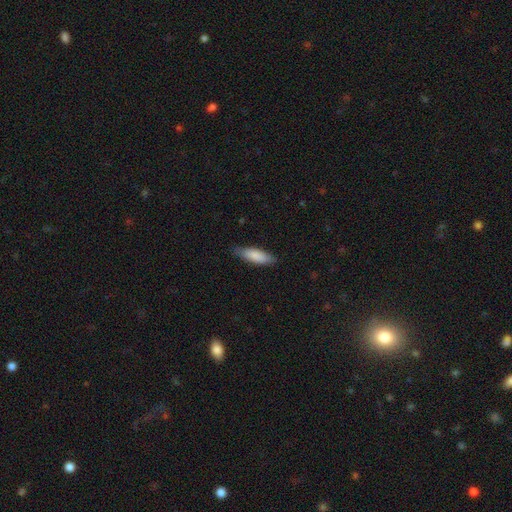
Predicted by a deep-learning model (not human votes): Smooth or featured: smooth — 85% (featured or disk — 10%)
How rounded: in between — 55% (cigar-shaped — 44%)
Merging: none — 80% (minor disturbance — 16%)